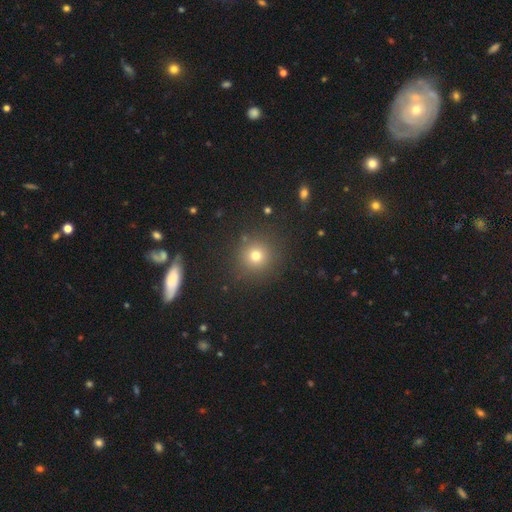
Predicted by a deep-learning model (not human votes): smooth 73%, star or artifact 19%, featured or disk 8%. Down the decision tree: how rounded — round (93%); merging — none (87%).